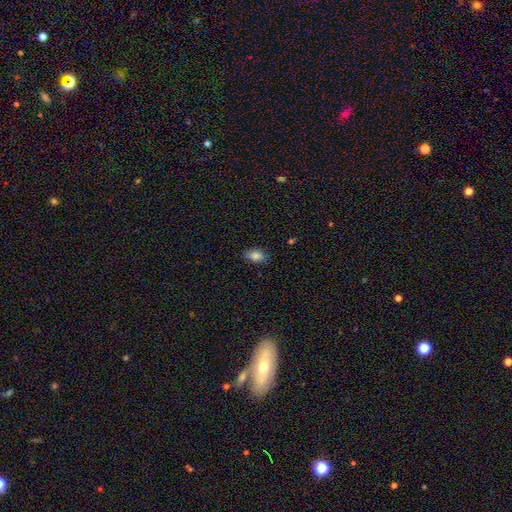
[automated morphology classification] This is clearly a smooth galaxy (82%). How rounded: clearly in between (84%). Merging: likely none (80%).